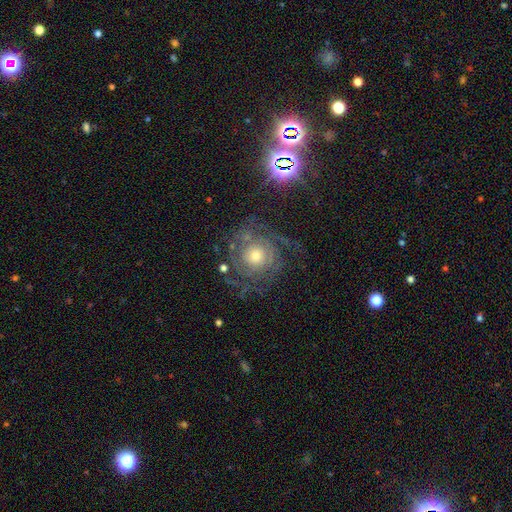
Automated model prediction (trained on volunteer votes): Smooth or featured?
  - featured or disk: 79% *
  - smooth: 11%
  - star or artifact: 10%
Edge-on disk?
  - no: 97% *
  - yes: 3%
Bar?
  - no: 82% *
  - weak: 14%
  - strong: 4%
Spiral arms?
  - yes: 92% *
  - no: 8%
Spiral winding?
  - tight: 67% *
  - medium: 25%
  - loose: 8%
Spiral arm count?
  - can't tell: 36% *
  - 3: 19%
  - 2: 18%
  - 4: 12%
  - more than 4: 8%
  - 1: 7%
Bulge size?
  - moderate: 61% *
  - small: 27%
  - large: 9%
  - none: 1%
  - dominant: 1%
Merging?
  - none: 71% *
  - minor disturbance: 14%
  - major disturbance: 12%
  - merger: 2%